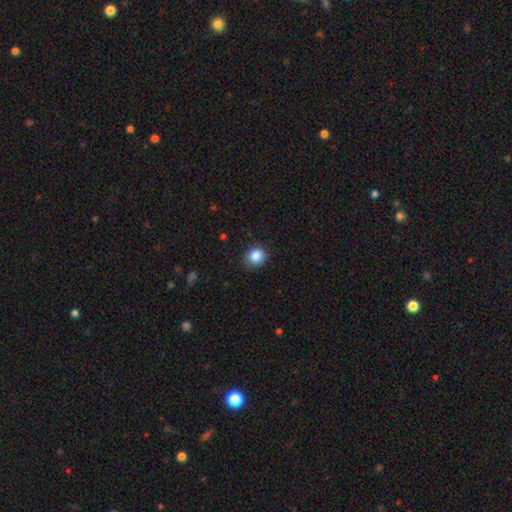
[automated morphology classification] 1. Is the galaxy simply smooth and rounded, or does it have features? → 86% smooth, 10% star or artifact, 5% featured or disk.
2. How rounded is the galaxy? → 75% round, 24% in between, 1% cigar-shaped.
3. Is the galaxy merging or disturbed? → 82% none, 14% minor disturbance, 3% major disturbance, 1% merger.